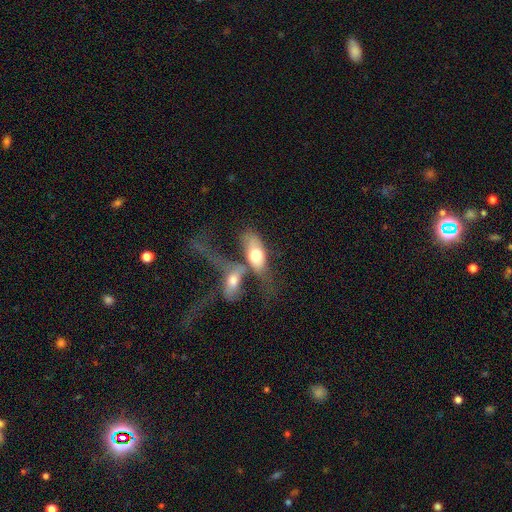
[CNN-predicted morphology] The model was most divided on "smooth or featured": smooth: 57%, featured or disk: 36%, star or artifact: 7%. More confident: how rounded — in between (83%); merging — merger (65%).